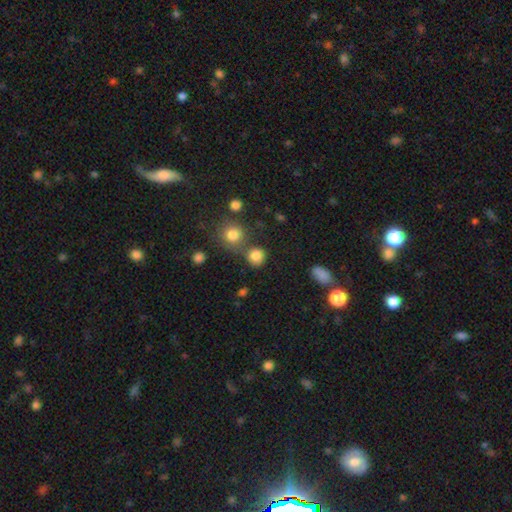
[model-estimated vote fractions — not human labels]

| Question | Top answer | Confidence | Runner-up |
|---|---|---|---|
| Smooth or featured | smooth | 83% | star or artifact (12%) |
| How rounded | round | 87% | in between (12%) |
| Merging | none | 67% | merger (18%) |